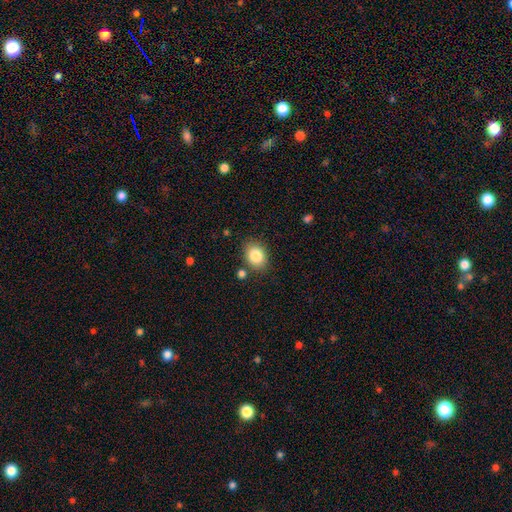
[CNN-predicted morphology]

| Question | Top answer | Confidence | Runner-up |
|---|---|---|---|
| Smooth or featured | smooth | 84% | star or artifact (9%) |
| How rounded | in between | 59% | round (40%) |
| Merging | none | 82% | minor disturbance (11%) |